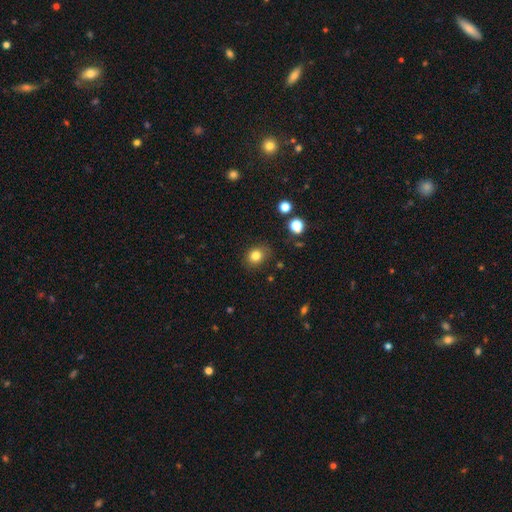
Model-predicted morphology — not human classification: Smooth or featured? Predicted: smooth (p=0.82). How rounded? Predicted: round (p=0.62). Merging? Predicted: none (p=0.79).